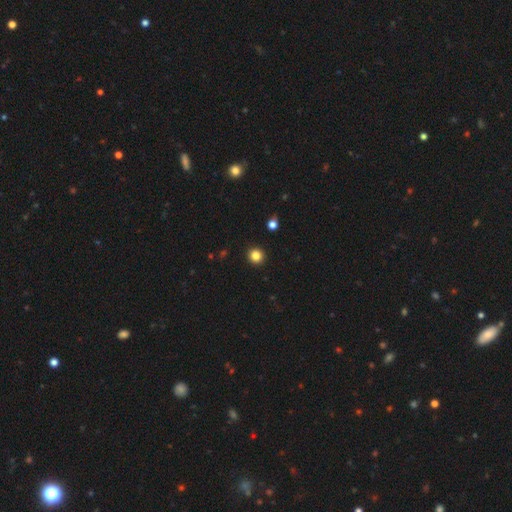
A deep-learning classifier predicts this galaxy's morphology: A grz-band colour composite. It shows a smooth galaxy with no disk features (83%) that is round (93%). Merging: none (93%).